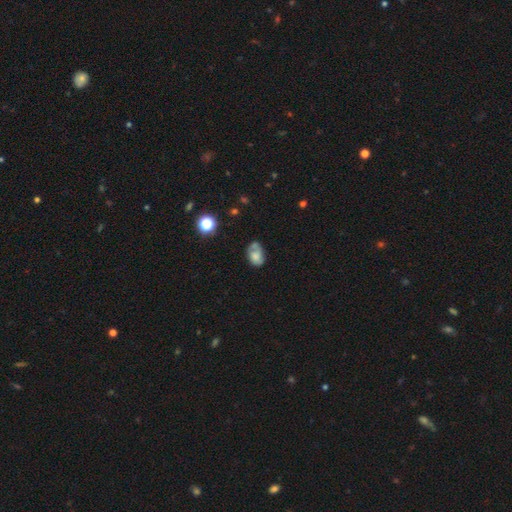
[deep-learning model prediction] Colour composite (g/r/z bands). It shows a smooth galaxy with no disk features (59%) that is in between round and cigar-shaped (77%). Merging: none (38%).